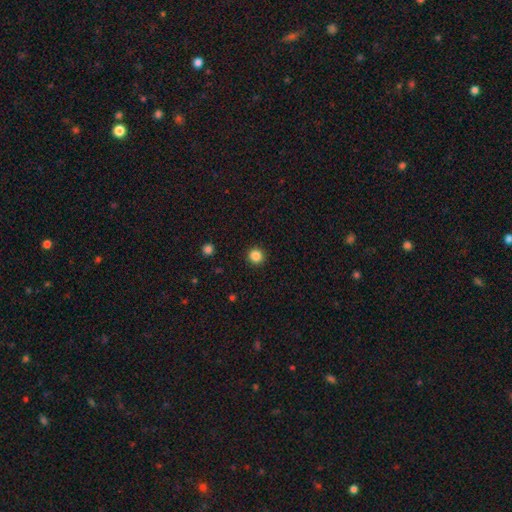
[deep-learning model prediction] smooth_or_featured: smooth (p=0.86) [alt: star or artifact p=0.11]
how_rounded: round (p=0.94) [alt: in between p=0.05]
merging: none (p=0.92) [alt: minor disturbance p=0.05]